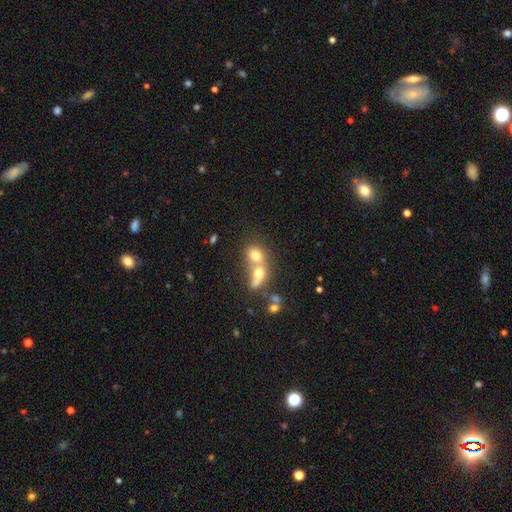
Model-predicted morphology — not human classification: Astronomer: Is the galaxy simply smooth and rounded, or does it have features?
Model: smooth — 68%.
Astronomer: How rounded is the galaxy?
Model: round — 65%.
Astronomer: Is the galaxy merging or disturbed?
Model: merger — 65%.